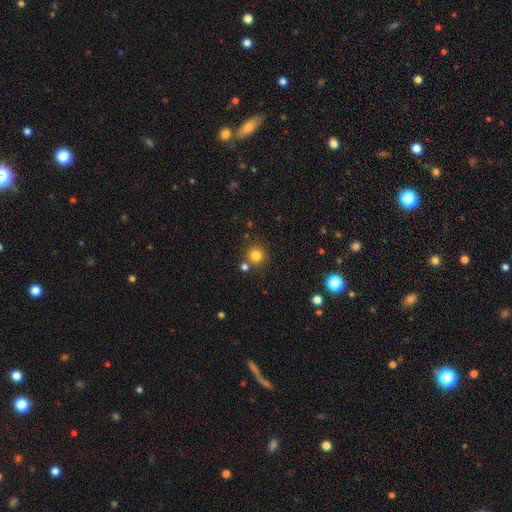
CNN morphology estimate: This appears to be a smooth galaxy with no disk features (81%) that is round (92%). Merging: none (76%).